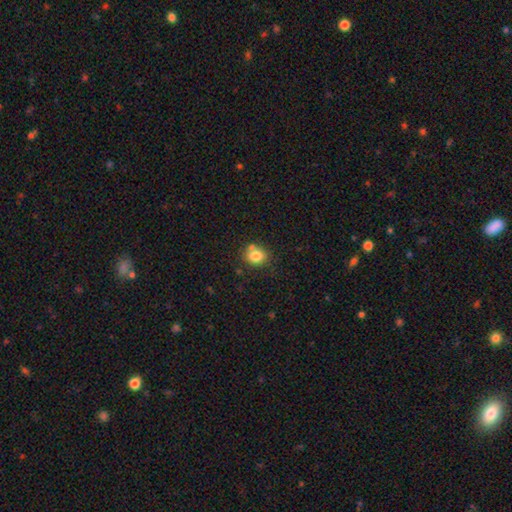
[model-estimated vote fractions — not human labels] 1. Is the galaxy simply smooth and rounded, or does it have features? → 80% smooth, 11% star or artifact, 9% featured or disk.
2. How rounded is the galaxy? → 69% round, 30% in between, 1% cigar-shaped.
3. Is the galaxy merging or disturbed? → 64% none, 17% merger, 15% minor disturbance, 4% major disturbance.